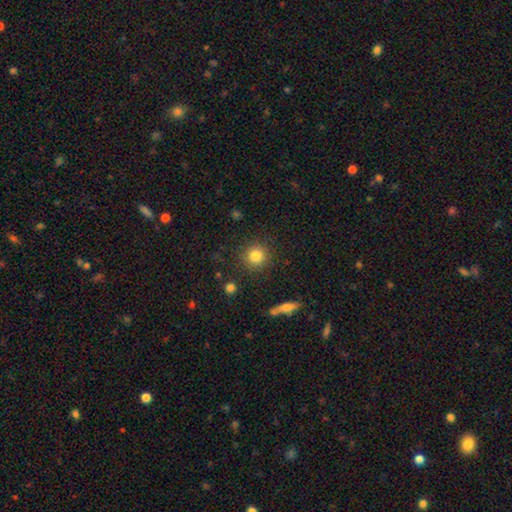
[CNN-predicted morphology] smooth-or-featured: smooth: 83% | star or artifact: 10% | featured or disk: 7%
  how-rounded: round: 93% | in between: 6% | cigar-shaped: 1%
  merging: none: 88% | minor disturbance: 7% | major disturbance: 3% | merger: 2%